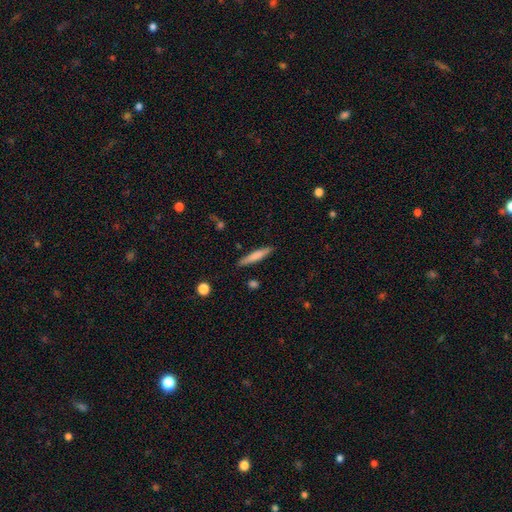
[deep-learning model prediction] Q: Smooth or featured?
A: smooth (69%); runner-up: featured or disk (25%)
Q: How rounded?
A: cigar-shaped (91%); runner-up: in between (7%)
Q: Merging?
A: none (88%); runner-up: minor disturbance (9%)